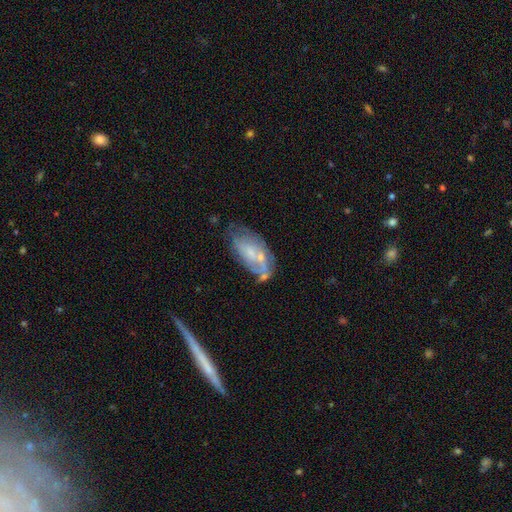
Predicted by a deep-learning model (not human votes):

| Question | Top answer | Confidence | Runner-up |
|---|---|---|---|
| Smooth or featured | featured or disk | 55% | smooth (36%) |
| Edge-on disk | no | 90% | yes (10%) |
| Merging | none | 47% | minor disturbance (28%) |